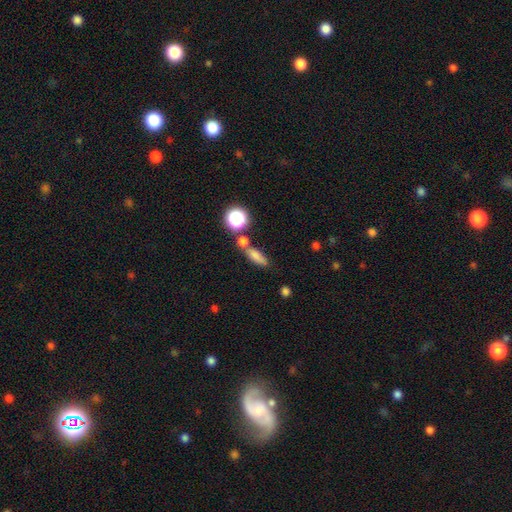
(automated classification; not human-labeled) Q: Smooth or featured?
A: smooth (75%); runner-up: star or artifact (15%)
Q: How rounded?
A: in between (47%); runner-up: cigar-shaped (38%)
Q: Merging?
A: none (60%); runner-up: merger (20%)